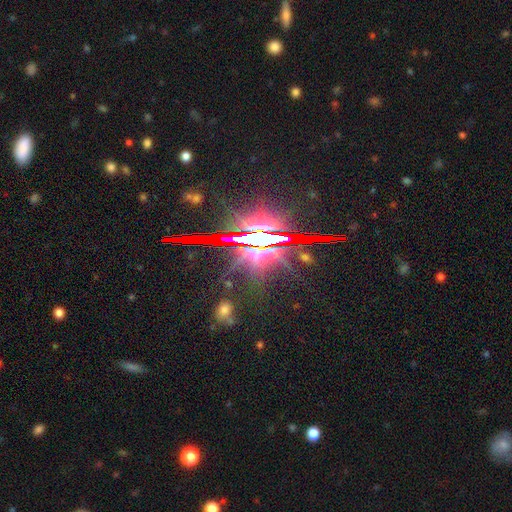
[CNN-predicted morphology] Overall: star or artifact (78%).